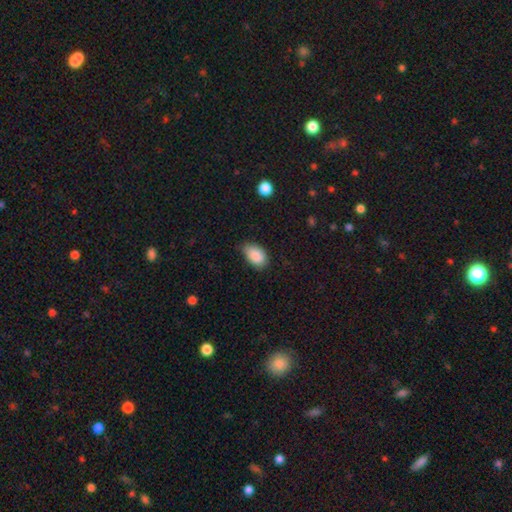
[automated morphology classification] Smooth or featured? Predicted: smooth (p=0.88). How rounded? Predicted: in between (p=0.89). Merging? Predicted: none (p=0.62).